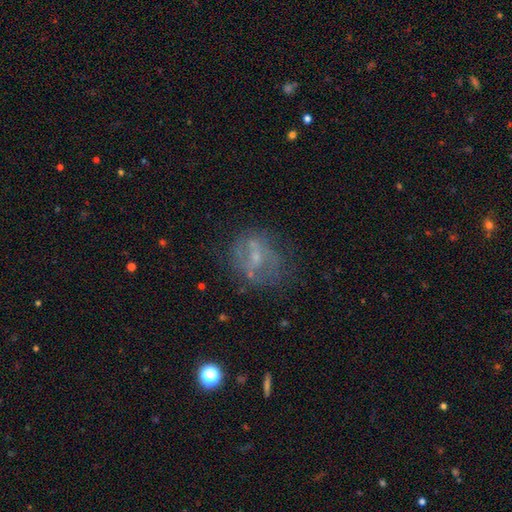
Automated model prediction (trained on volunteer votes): Smooth or featured? Predicted: featured or disk (p=0.57). Edge-on disk? Predicted: no (p=0.96). Bar? Predicted: no (p=0.49). Spiral arms? Predicted: no (p=0.62). Bulge size? Predicted: small (p=0.59). Merging? Predicted: none (p=0.55).